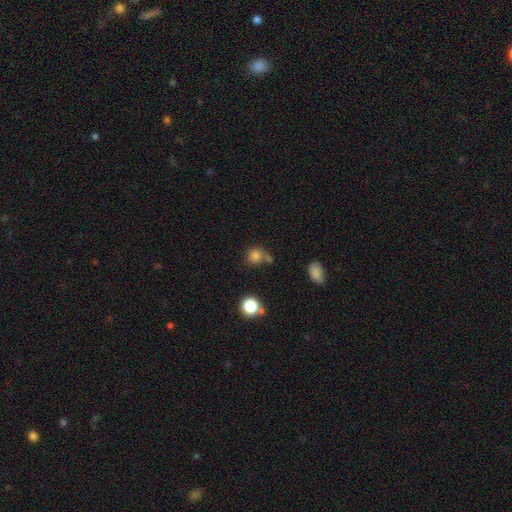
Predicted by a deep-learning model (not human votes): Smooth or featured? Predicted: smooth (p=0.79). How rounded? Predicted: round (p=0.86). Merging? Predicted: none (p=0.58).